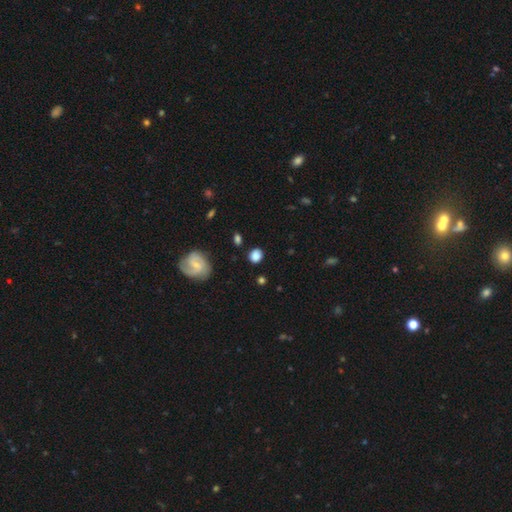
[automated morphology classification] This appears to be a smooth galaxy with no disk features (78%) that is round (75%). Merging: none (82%).